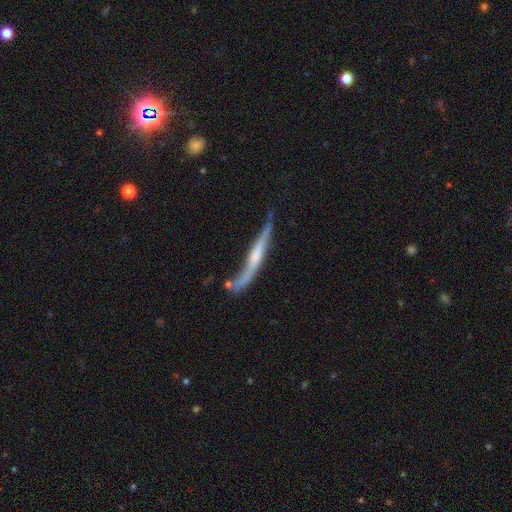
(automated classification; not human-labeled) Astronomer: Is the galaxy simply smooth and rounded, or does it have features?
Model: featured or disk — 63%.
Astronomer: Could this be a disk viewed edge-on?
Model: yes — 84%.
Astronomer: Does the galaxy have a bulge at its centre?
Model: rounded — 43% (runner-up: none, 39%).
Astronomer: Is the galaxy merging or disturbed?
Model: none — 47% (runner-up: minor disturbance, 27%).